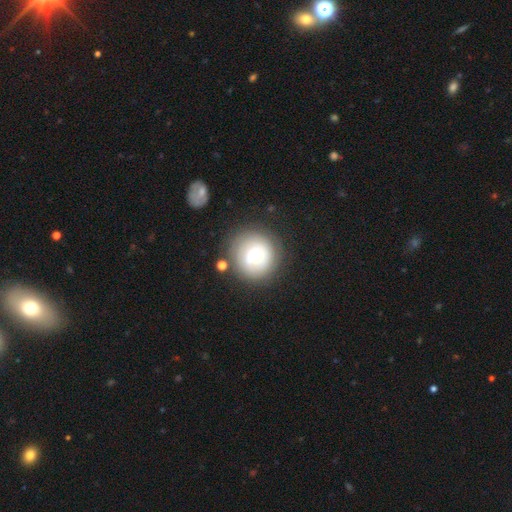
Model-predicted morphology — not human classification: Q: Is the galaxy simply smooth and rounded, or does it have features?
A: smooth — 57%.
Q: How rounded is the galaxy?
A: round — 93%.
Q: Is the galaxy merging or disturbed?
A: none — 76%.